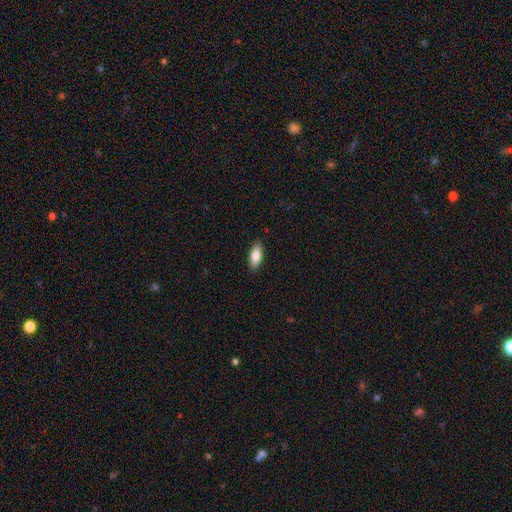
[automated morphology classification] Smooth or featured: smooth — 82% (featured or disk — 12%)
How rounded: in between — 84% (cigar-shaped — 14%)
Merging: none — 89% (minor disturbance — 8%)